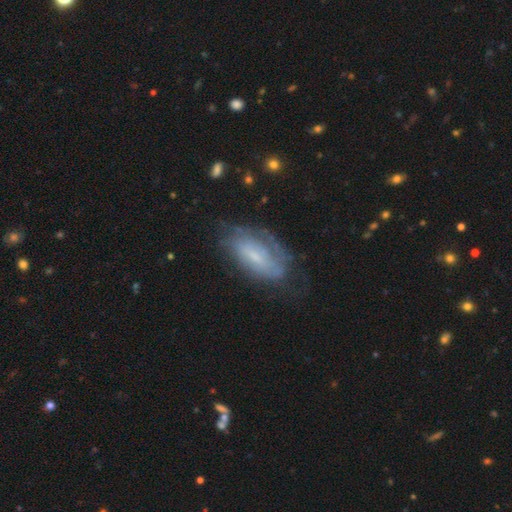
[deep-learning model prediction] The model was most divided on "bar": no: 53%, weak: 37%, strong: 10%. More confident: edge-on disk — no (91%); spiral arms — yes (74%); bulge size — small (62%); smooth or featured — featured or disk (61%); merging — none (59%).